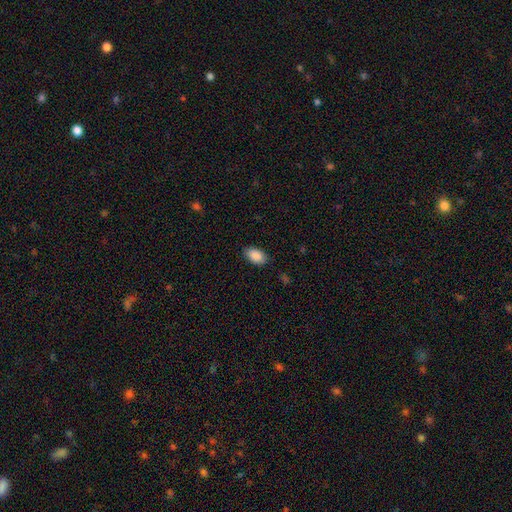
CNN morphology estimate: smooth-or-featured: smooth: 89% | star or artifact: 7% | featured or disk: 4%
  how-rounded: in between: 93% | round: 6% | cigar-shaped: 2%
  merging: none: 85% | minor disturbance: 12% | major disturbance: 3% | merger: 1%